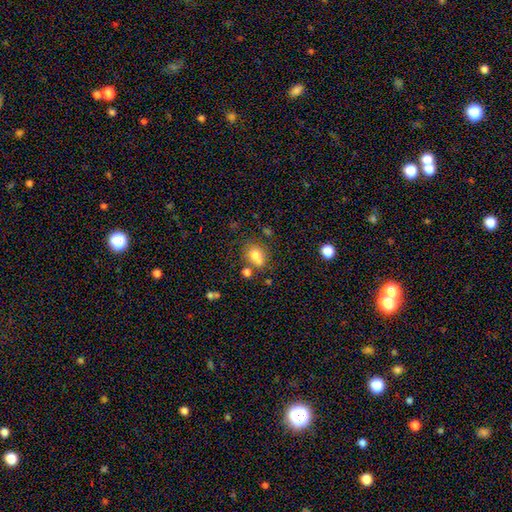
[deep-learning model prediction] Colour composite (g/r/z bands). It shows a smooth galaxy with no disk features (76%) that is in between round and cigar-shaped (52%). Merging: none (54%).